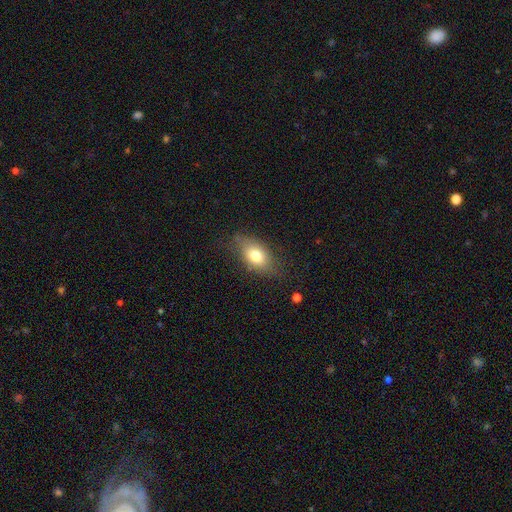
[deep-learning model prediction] A smooth galaxy with no disk features (75%) that is in between round and cigar-shaped (85%). Merging: none (70%).